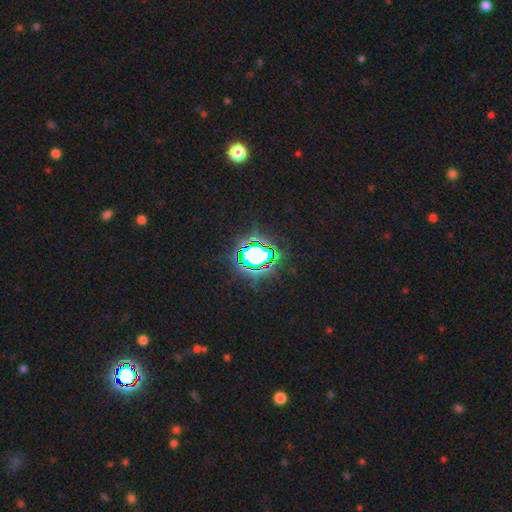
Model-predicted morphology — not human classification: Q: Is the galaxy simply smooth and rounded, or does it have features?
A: star or artifact — 71%.